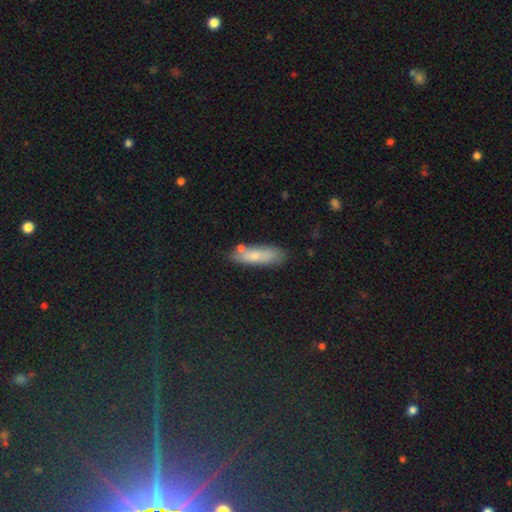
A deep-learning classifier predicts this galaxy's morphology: Smooth or featured: smooth — 72% (featured or disk — 20%)
How rounded: cigar-shaped — 54% (in between — 43%)
Merging: none — 71% (minor disturbance — 18%)